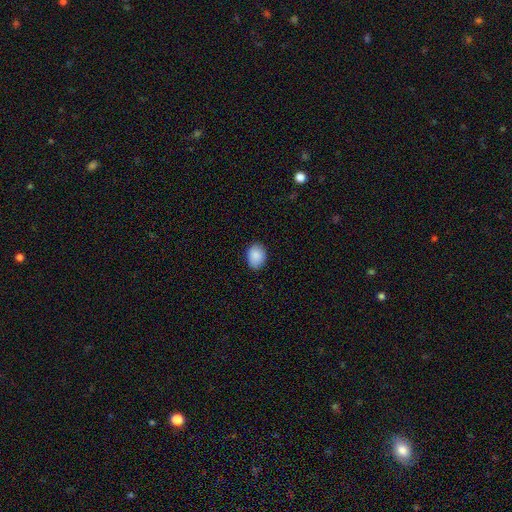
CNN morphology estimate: Smooth or featured: smooth — 88% (star or artifact — 7%)
How rounded: in between — 66% (round — 33%)
Merging: none — 84% (minor disturbance — 13%)